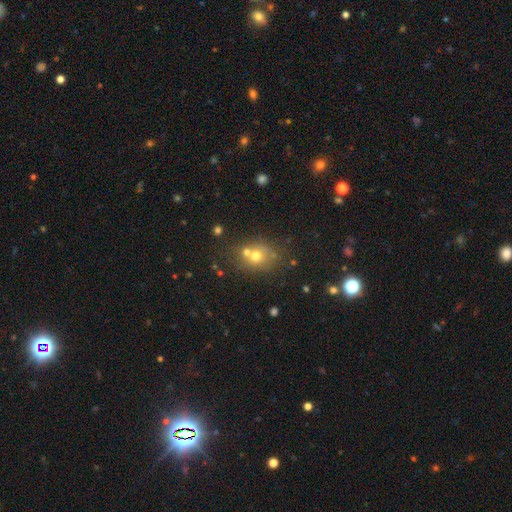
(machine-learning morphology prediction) smooth_or_featured: smooth (p=0.63) [alt: featured or disk p=0.19]
how_rounded: round (p=0.63) [alt: in between p=0.36]
merging: none (p=0.50) [alt: merger p=0.34]